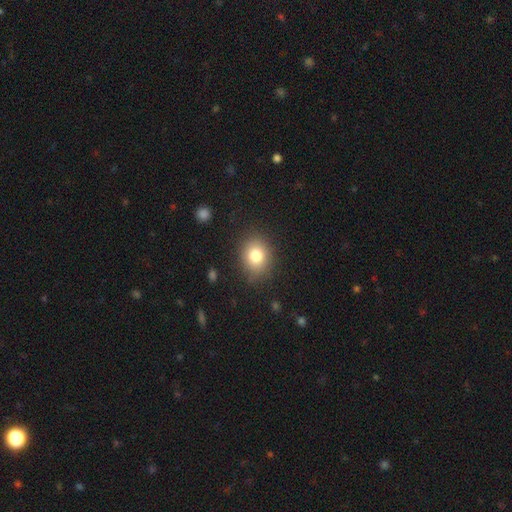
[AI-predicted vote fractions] A smooth galaxy with no disk features (80%) that is round (54%). Merging: none (85%).